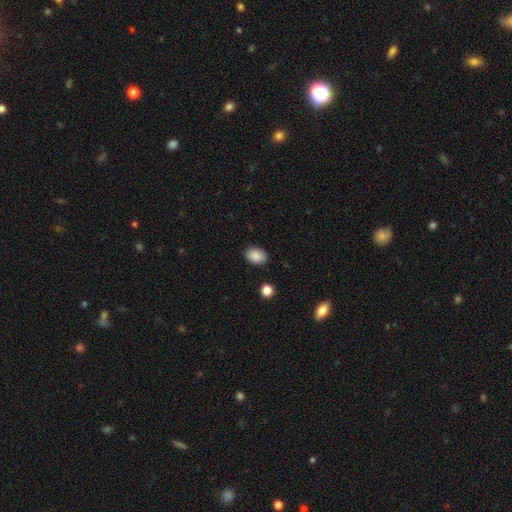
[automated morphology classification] Overall: smooth (89%). How rounded: in between (73%). Merging: none (88%).